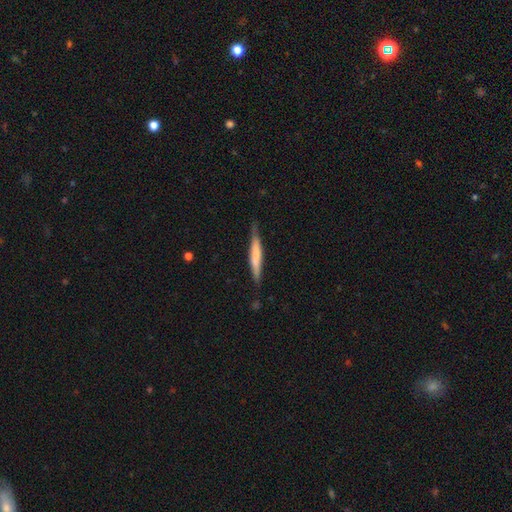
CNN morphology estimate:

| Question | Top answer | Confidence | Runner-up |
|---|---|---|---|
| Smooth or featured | smooth | 57% | featured or disk (37%) |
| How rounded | cigar-shaped | 93% | in between (5%) |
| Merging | none | 78% | minor disturbance (17%) |